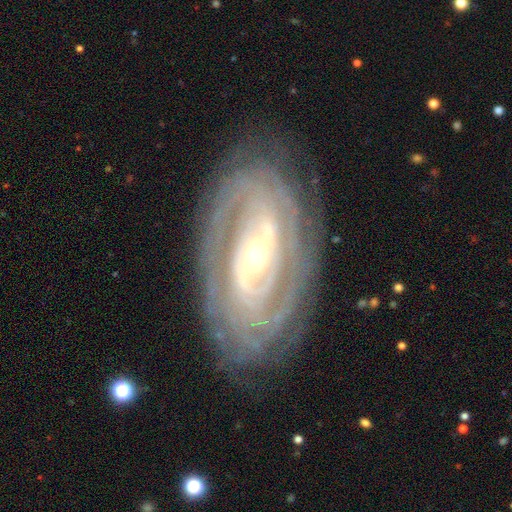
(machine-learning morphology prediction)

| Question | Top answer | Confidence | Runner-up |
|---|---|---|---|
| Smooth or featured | featured or disk | 89% | smooth (6%) |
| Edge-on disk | no | 94% | yes (6%) |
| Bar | no | 37% | weak (32%) |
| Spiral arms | yes | 95% | no (5%) |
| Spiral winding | tight | 81% | medium (16%) |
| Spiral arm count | can't tell | 32% | 2 (25%) |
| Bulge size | moderate | 50% | small (44%) |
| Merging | none | 81% | minor disturbance (13%) |